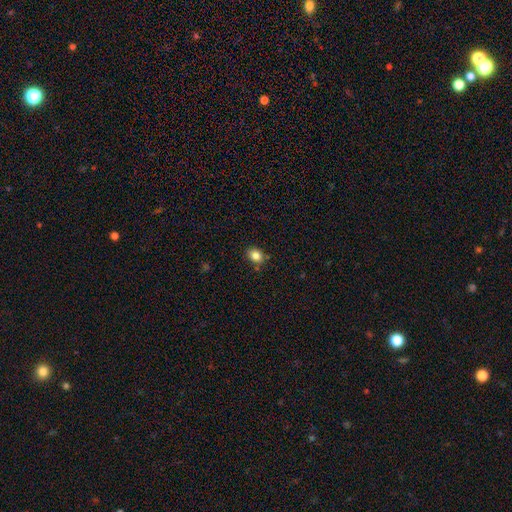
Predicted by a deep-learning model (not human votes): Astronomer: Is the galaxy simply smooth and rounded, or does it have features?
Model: smooth — 84%.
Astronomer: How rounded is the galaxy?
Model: in between — 50% (runner-up: round, 49%).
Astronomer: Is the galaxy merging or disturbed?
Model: none — 82%.